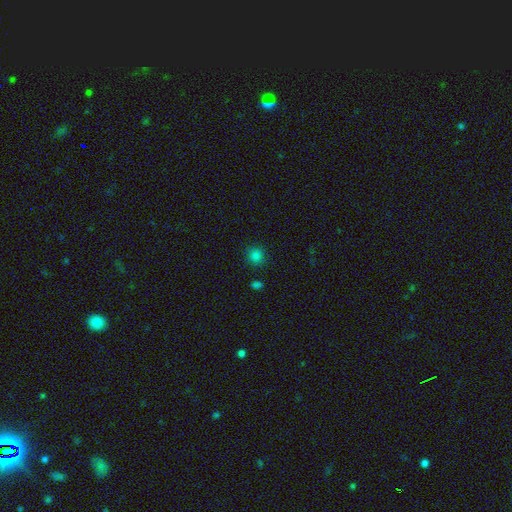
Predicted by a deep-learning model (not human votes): A smooth galaxy with no disk features (81%) that is round (88%).

Vote fractions:
- Smooth or featured? smooth: 81% / star or artifact: 16% / featured or disk: 4%
- How rounded? round: 88% / in between: 11% / cigar-shaped: 1%
- Merging? none: 86% / minor disturbance: 9% / merger: 3% / major disturbance: 3%